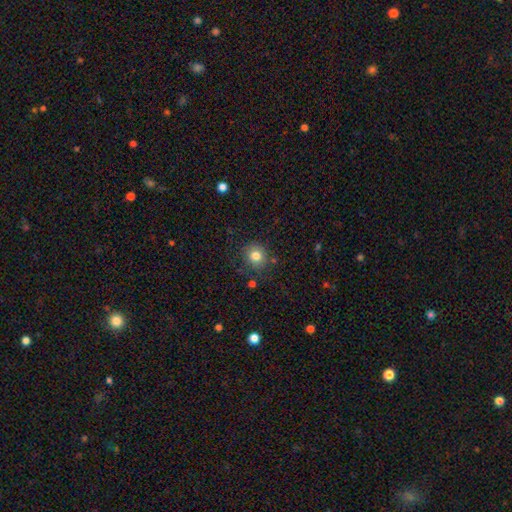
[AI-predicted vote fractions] This appears to be a smooth galaxy with no disk features (80%) that is round (86%). Merging: none (81%).